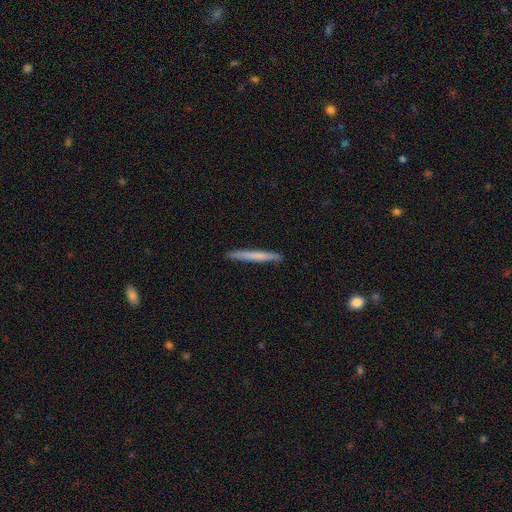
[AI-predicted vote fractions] This appears to be a smooth galaxy with no disk features (64%) that is cigar-shaped (97%). Merging: none (91%).